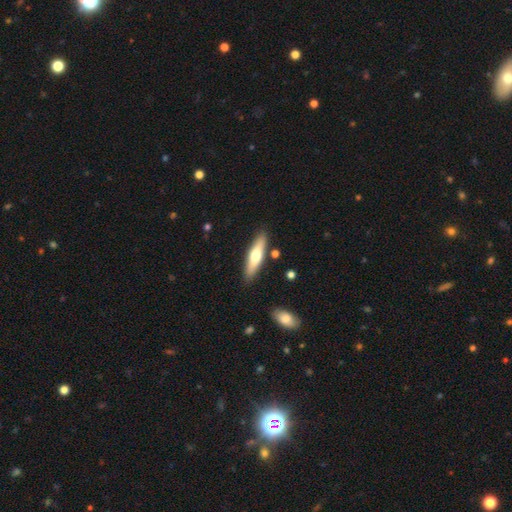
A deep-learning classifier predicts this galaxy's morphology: smooth_or_featured: smooth (p=0.58) [alt: featured or disk p=0.36]
how_rounded: cigar-shaped (p=0.70) [alt: in between p=0.28]
merging: none (p=0.85) [alt: minor disturbance p=0.10]